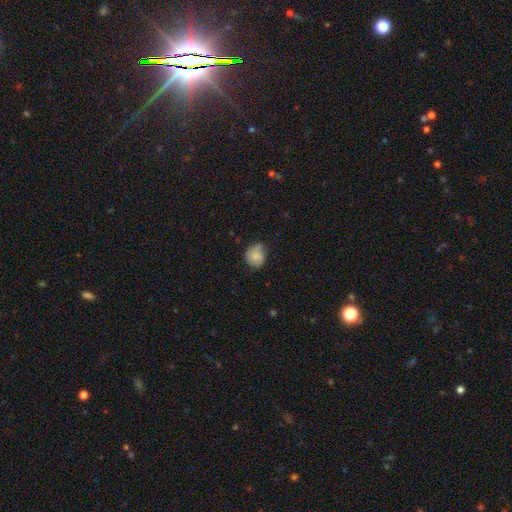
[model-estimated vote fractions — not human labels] A smooth galaxy with no disk features (73%) that is round (71%). Merging: none (61%).